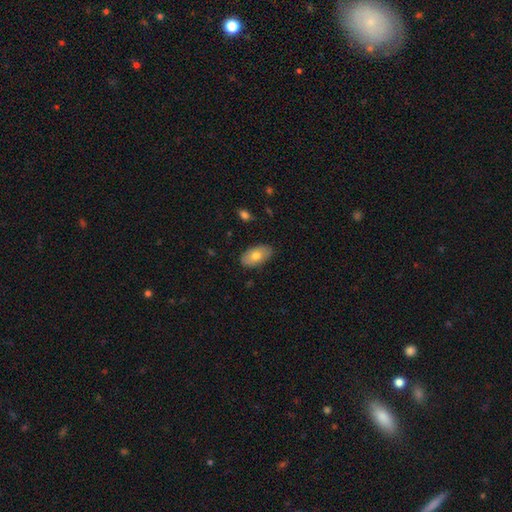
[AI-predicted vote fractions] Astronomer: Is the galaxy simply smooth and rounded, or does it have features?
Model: smooth — 73%.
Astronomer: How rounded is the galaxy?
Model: in between — 94%.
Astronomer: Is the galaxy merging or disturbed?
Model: none — 85%.